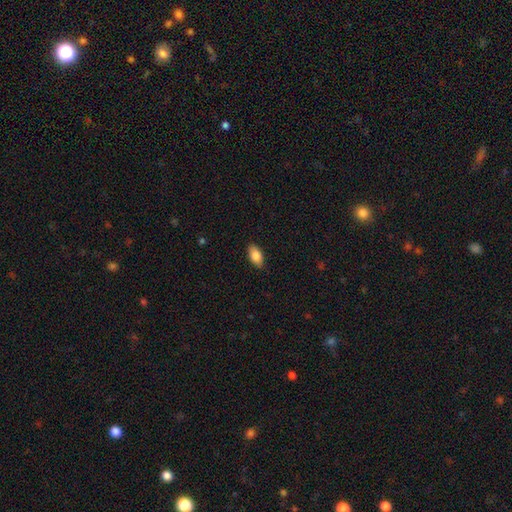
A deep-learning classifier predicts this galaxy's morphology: Smooth or featured? Predicted: smooth (p=0.86). How rounded? Predicted: in between (p=0.92). Merging? Predicted: none (p=0.87).